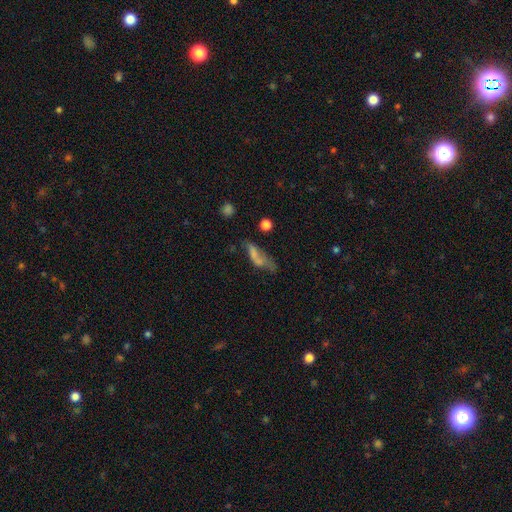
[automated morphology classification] Q: Smooth or featured?
A: smooth (56%); runner-up: featured or disk (30%)
Q: How rounded?
A: in between (56%); runner-up: cigar-shaped (38%)
Q: Merging?
A: major disturbance (28%); runner-up: none (27%)